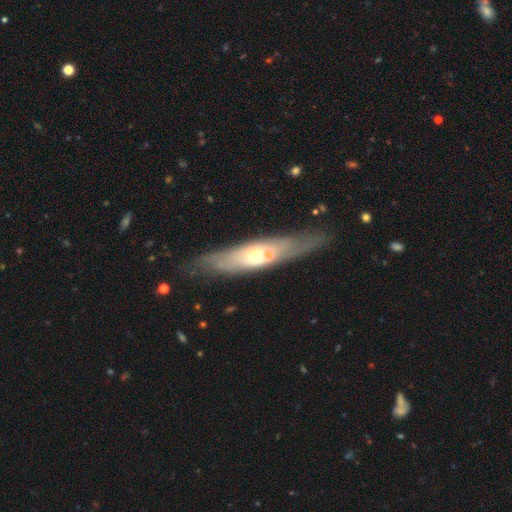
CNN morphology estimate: Overall: featured or disk (57%; smooth 36%). Edge-on disk: no (54%; yes 46%). Merging: none (69%).